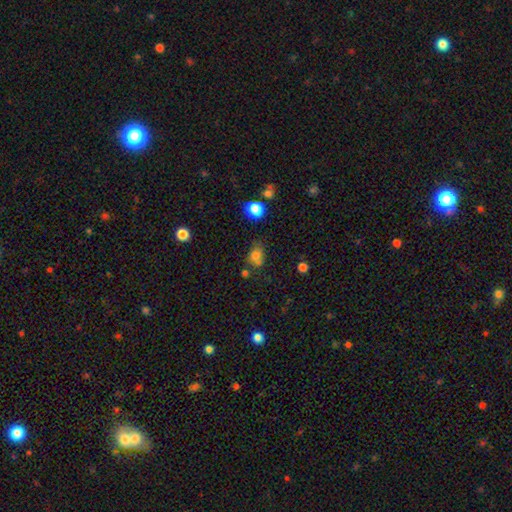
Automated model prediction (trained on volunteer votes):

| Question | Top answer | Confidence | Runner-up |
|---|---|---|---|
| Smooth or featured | smooth | 74% | star or artifact (16%) |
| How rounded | in between | 51% | round (48%) |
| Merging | none | 50% | merger (22%) |